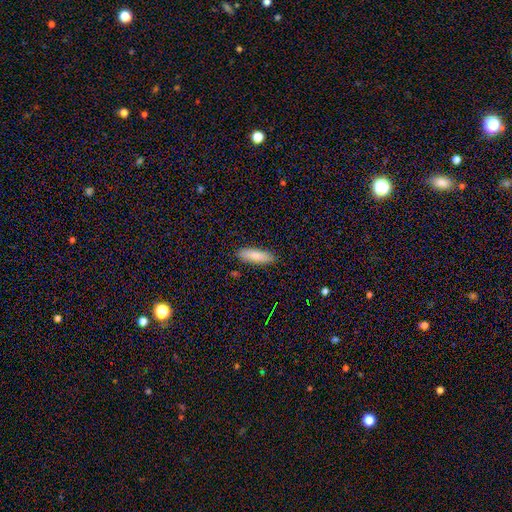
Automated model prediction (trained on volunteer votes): This is clearly a smooth galaxy (84%). How rounded: possibly in between (50%). Merging: clearly none (88%).